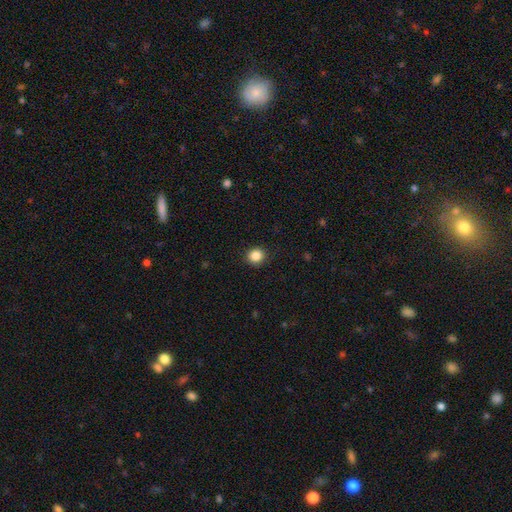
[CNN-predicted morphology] Smooth or featured?
  - smooth: 87% *
  - star or artifact: 10%
  - featured or disk: 4%
How rounded?
  - round: 85% *
  - in between: 14%
  - cigar-shaped: 1%
Merging?
  - none: 91% *
  - minor disturbance: 6%
  - major disturbance: 2%
  - merger: 1%